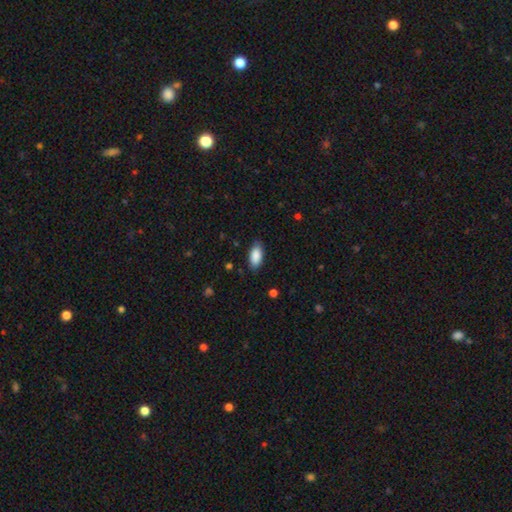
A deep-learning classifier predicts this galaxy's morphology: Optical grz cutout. It shows a smooth galaxy with no disk features (89%) that is in between round and cigar-shaped (91%). Merging: none (85%).